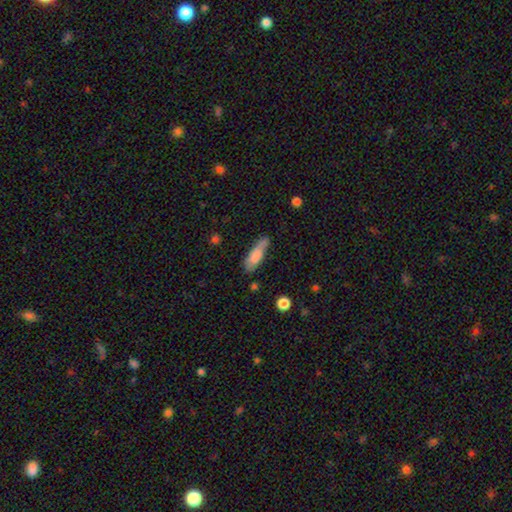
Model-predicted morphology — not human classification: This is likely a smooth galaxy (76%). How rounded: possibly cigar-shaped (57%). Merging: possibly none (55%).